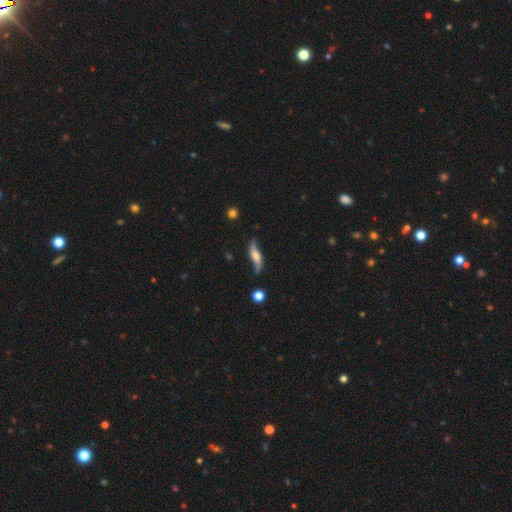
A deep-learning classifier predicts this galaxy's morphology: smooth-or-featured: featured or disk: 72% | smooth: 22% | star or artifact: 6%
  disk-edge-on: no: 61% | yes: 39%
  merging: none: 71% | minor disturbance: 20% | major disturbance: 6% | merger: 3%